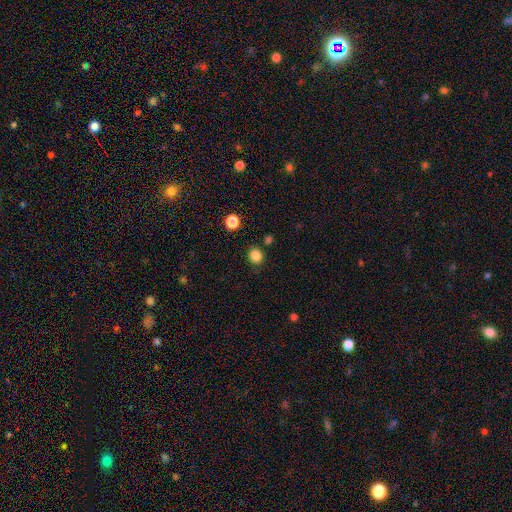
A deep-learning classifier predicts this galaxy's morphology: smooth 84%, star or artifact 12%, featured or disk 3%. Down the decision tree: how rounded — round (81%); merging — none (84%).